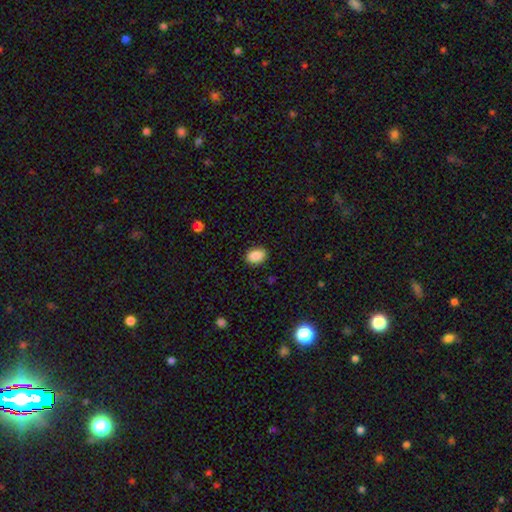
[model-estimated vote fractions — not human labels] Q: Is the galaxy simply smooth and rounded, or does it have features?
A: smooth — 88%.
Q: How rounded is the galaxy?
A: in between — 82%.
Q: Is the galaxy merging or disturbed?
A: none — 87%.